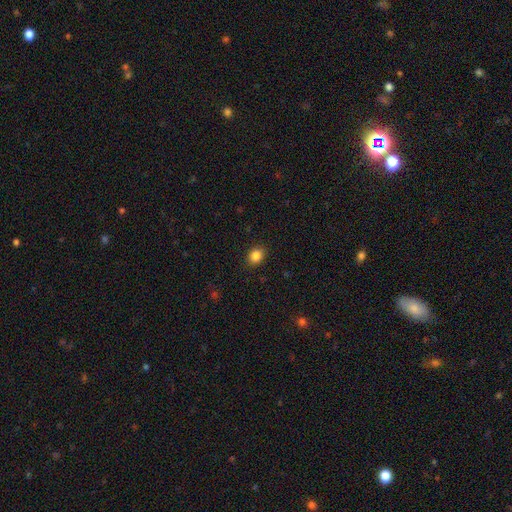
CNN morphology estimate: smooth-or-featured: smooth: 85% | star or artifact: 10% | featured or disk: 4%
  how-rounded: round: 50% | in between: 49% | cigar-shaped: 1%
  merging: none: 90% | minor disturbance: 7% | major disturbance: 2% | merger: 1%